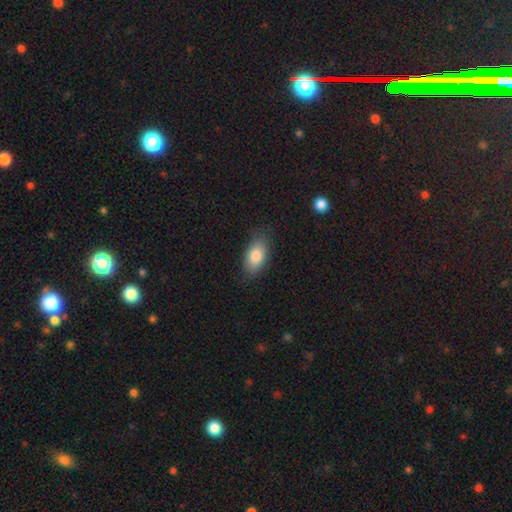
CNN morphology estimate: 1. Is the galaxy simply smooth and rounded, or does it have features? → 83% smooth, 10% featured or disk, 7% star or artifact.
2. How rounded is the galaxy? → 91% in between, 5% round, 4% cigar-shaped.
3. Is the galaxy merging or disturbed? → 80% none, 15% minor disturbance, 3% major disturbance, 1% merger.